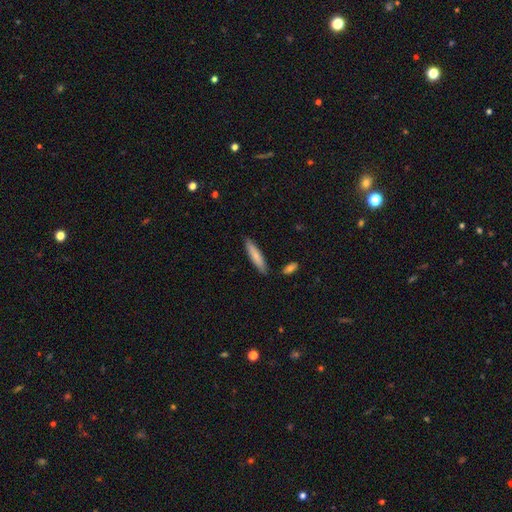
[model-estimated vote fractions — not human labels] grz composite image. It shows a smooth galaxy with no disk features (77%) that is cigar-shaped (83%). Merging: none (86%).